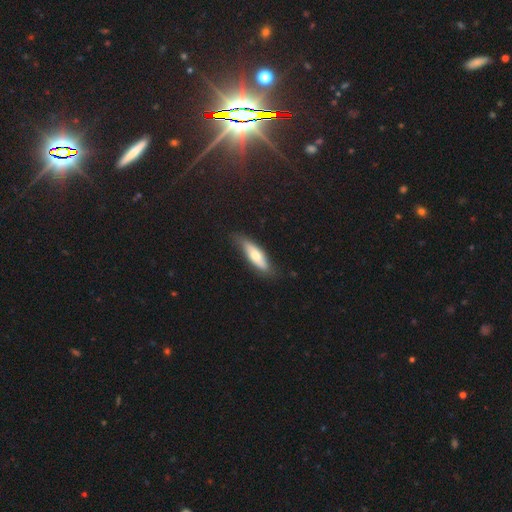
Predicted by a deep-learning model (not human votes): smooth_or_featured: smooth (p=0.61) [alt: featured or disk p=0.34]
how_rounded: cigar-shaped (p=0.55) [alt: in between p=0.43]
merging: none (p=0.72) [alt: minor disturbance p=0.22]